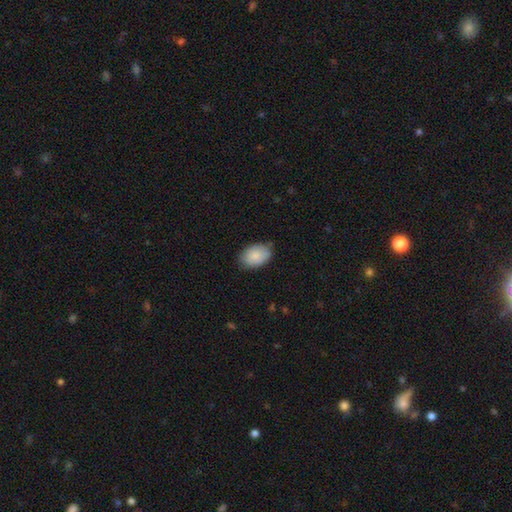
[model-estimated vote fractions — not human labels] smooth-or-featured: smooth: 86% | featured or disk: 8% | star or artifact: 6%
  how-rounded: in between: 87% | round: 12% | cigar-shaped: 1%
  merging: none: 76% | minor disturbance: 20% | major disturbance: 3% | merger: 1%